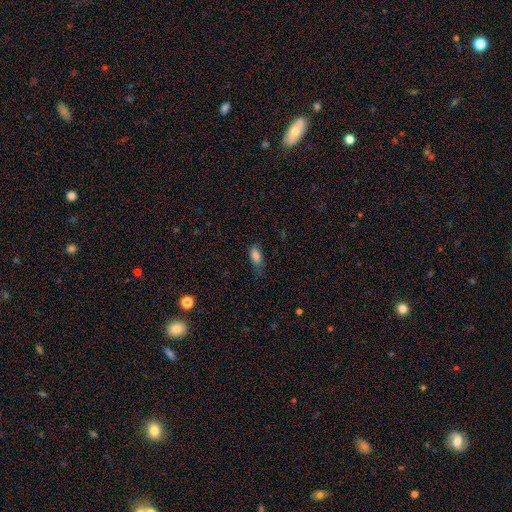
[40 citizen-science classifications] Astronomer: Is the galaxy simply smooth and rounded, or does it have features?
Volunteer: smooth — 98%.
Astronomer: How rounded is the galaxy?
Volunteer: in between — 82%.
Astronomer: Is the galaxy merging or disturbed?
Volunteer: none — 49% (runner-up: minor disturbance, 28%).